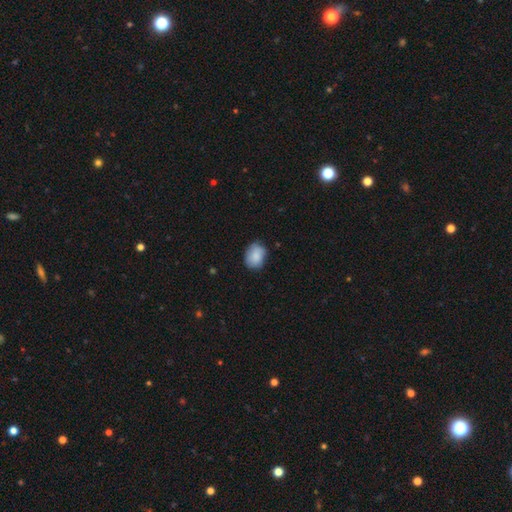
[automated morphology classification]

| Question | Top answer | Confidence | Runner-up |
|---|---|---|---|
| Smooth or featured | smooth | 85% | featured or disk (8%) |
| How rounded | in between | 63% | round (36%) |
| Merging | none | 70% | minor disturbance (24%) |